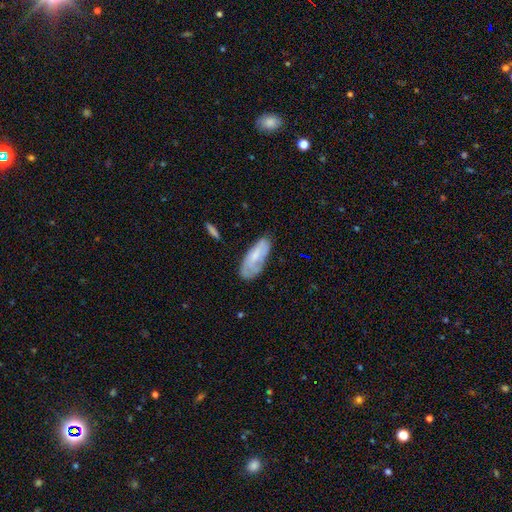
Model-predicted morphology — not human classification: Smooth or featured? smooth (56%)
How rounded? in between (76%)
Merging? none (62%)